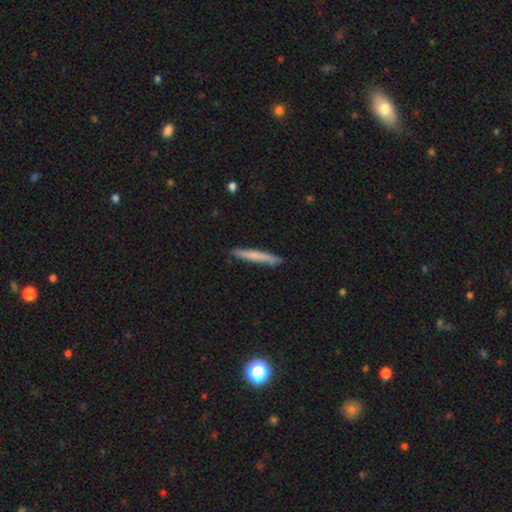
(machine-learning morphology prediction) Smooth or featured? smooth (66%)
How rounded? cigar-shaped (96%)
Merging? none (85%)